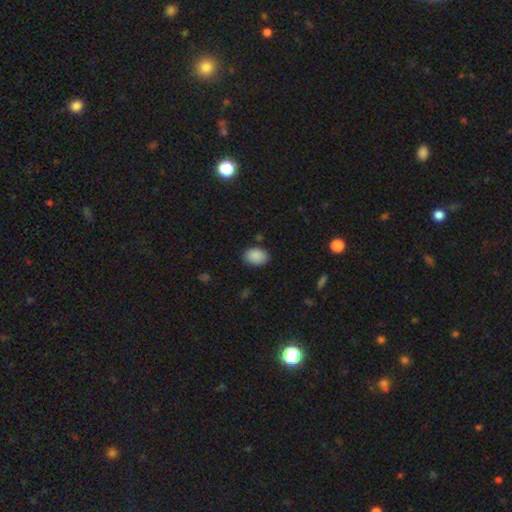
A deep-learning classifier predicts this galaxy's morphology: A smooth galaxy with no disk features (89%) that is in between round and cigar-shaped (74%). Merging: none (84%).